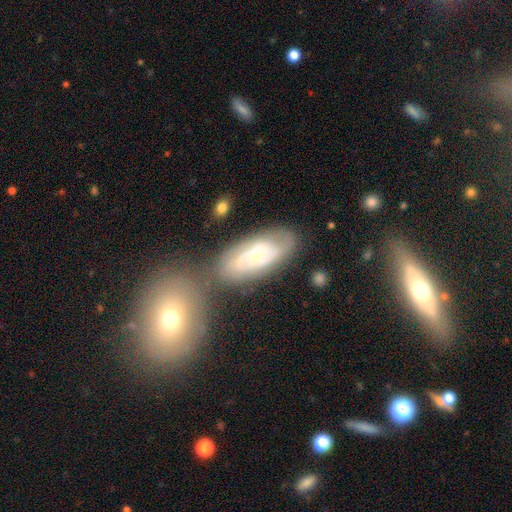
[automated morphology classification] The model was most divided on "spiral arm count": 2: 42%, can't tell: 34%, 3: 13%, 4: 4%, 1: 4%, more than 4: 3%. More confident: edge-on disk — no (94%); spiral arms — yes (88%); bulge size — small (73%); smooth or featured — featured or disk (70%); bar — no (64%); merging — none (59%); spiral winding — tight (54%).